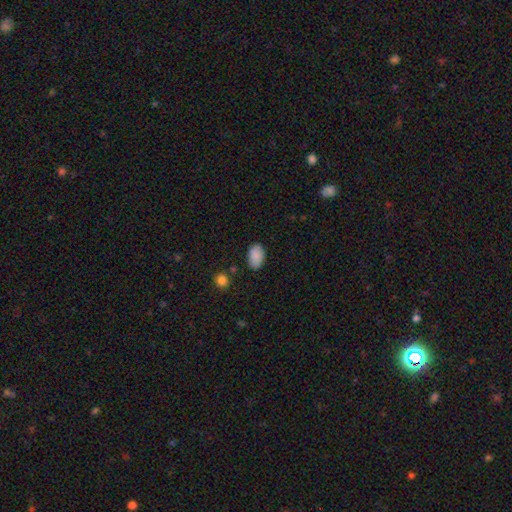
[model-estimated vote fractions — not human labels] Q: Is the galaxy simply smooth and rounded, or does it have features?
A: smooth — 88%.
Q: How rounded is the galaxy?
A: in between — 91%.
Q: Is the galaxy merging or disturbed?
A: none — 80%.